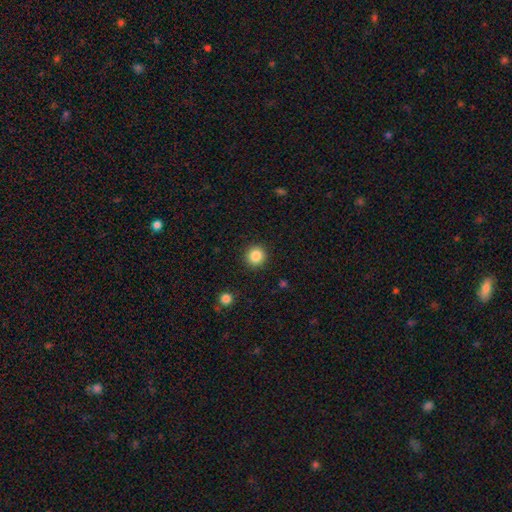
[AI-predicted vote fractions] smooth-or-featured: smooth: 86% | star or artifact: 10% | featured or disk: 4%
  how-rounded: round: 93% | in between: 6% | cigar-shaped: 1%
  merging: none: 91% | minor disturbance: 6% | major disturbance: 2% | merger: 1%